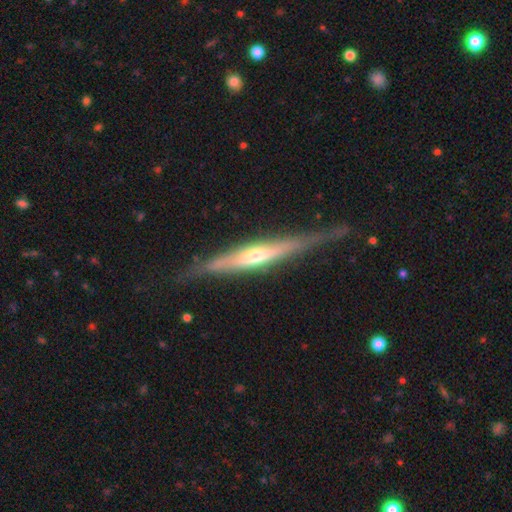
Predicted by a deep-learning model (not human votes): This appears to be a featured or disk galaxy (78%) viewed edge-on (95%) with a rounded central bulge (68%). Merging: none (76%).